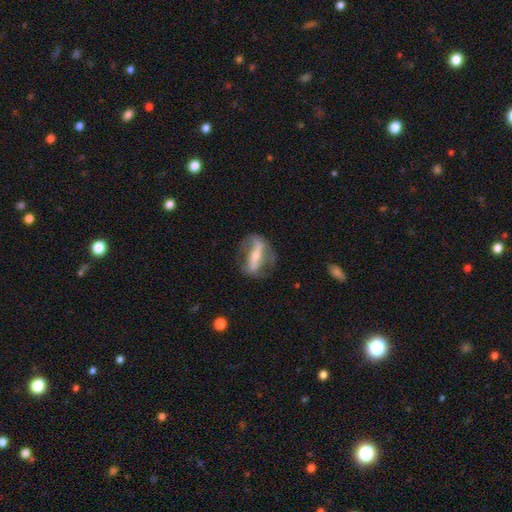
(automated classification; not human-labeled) This appears to be a featured or disk galaxy (74%) with a strong bar (73%), spiral arms (57%) and a small central bulge (57%). Merging: none (64%).